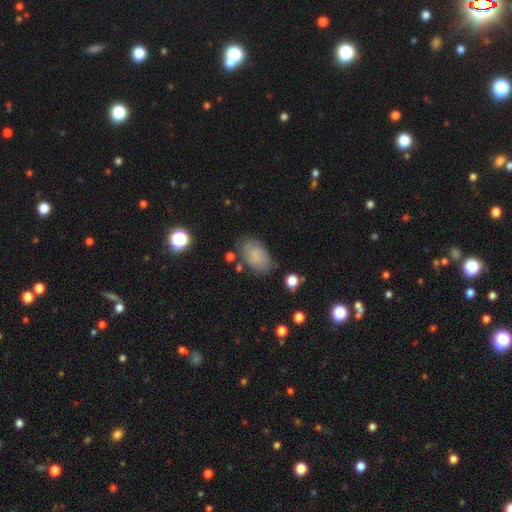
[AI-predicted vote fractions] smooth_or_featured: smooth (p=0.77) [alt: featured or disk p=0.14]
how_rounded: in between (p=0.91) [alt: round p=0.08]
merging: none (p=0.72) [alt: minor disturbance p=0.19]